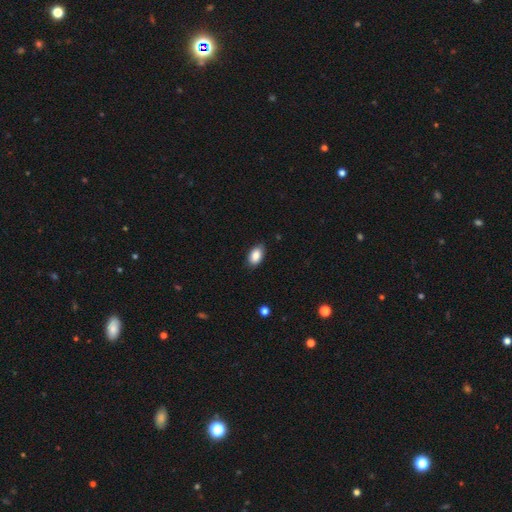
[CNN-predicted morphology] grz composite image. It shows a smooth galaxy with no disk features (87%) that is in between round and cigar-shaped (92%). Merging: none (85%).